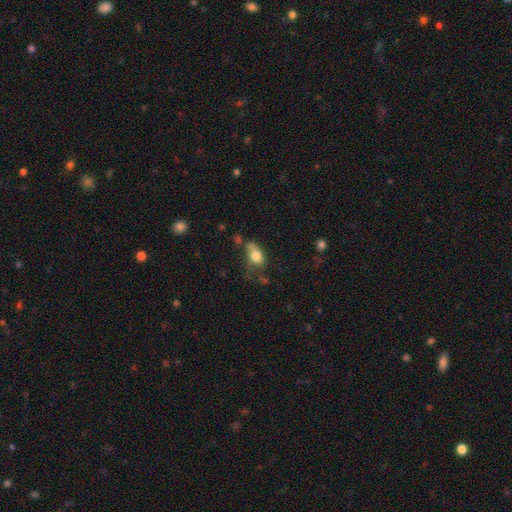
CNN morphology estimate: Q: Smooth or featured?
A: smooth (74%); runner-up: featured or disk (16%)
Q: How rounded?
A: in between (81%); runner-up: round (13%)
Q: Merging?
A: none (35%); runner-up: minor disturbance (30%)